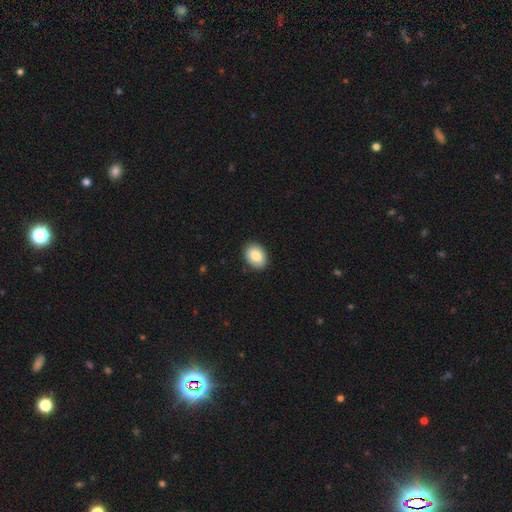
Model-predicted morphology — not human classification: This appears to be a smooth galaxy with no disk features (86%) that is in between round and cigar-shaped (74%). Merging: none (90%).